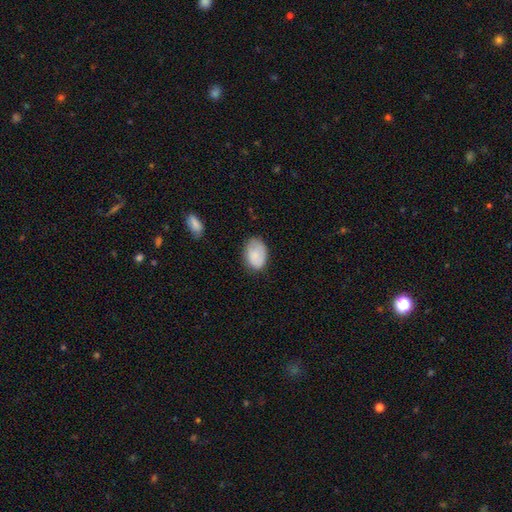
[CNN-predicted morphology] Smooth or featured: smooth — 82% (featured or disk — 12%)
How rounded: in between — 85% (round — 14%)
Merging: none — 70% (minor disturbance — 23%)